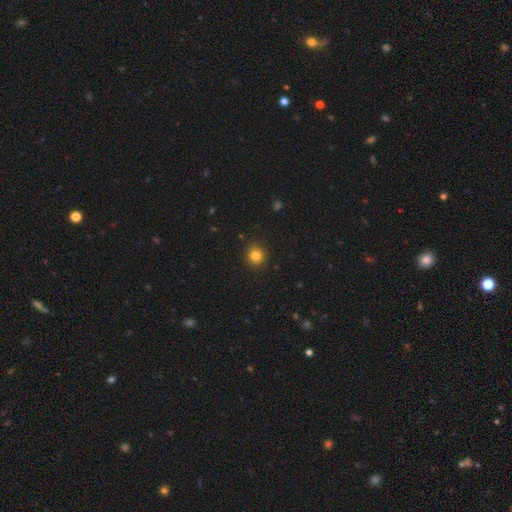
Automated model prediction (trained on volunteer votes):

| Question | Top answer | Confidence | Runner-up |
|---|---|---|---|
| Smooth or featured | smooth | 82% | star or artifact (13%) |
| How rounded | round | 92% | in between (7%) |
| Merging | none | 92% | minor disturbance (6%) |